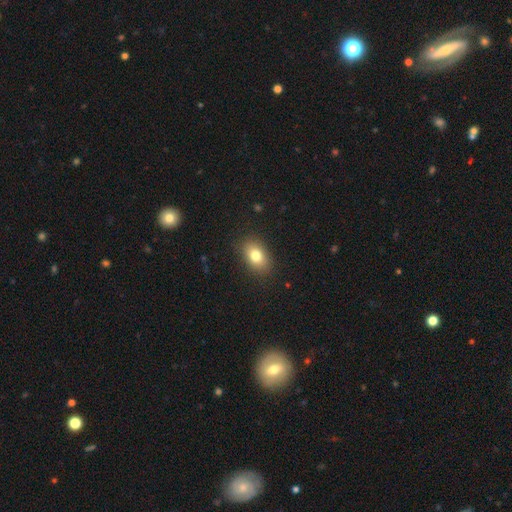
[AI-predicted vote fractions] This appears to be a smooth galaxy with no disk features (79%) that is in between round and cigar-shaped (83%). Merging: none (87%).